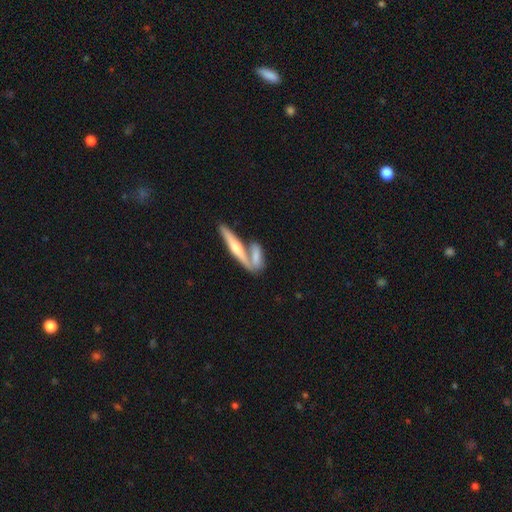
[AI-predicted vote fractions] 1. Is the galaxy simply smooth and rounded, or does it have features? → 54% smooth, 40% featured or disk, 6% star or artifact.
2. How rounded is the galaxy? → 65% cigar-shaped, 30% in between, 5% round.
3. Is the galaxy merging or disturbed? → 45% merger, 41% none, 10% minor disturbance, 5% major disturbance.